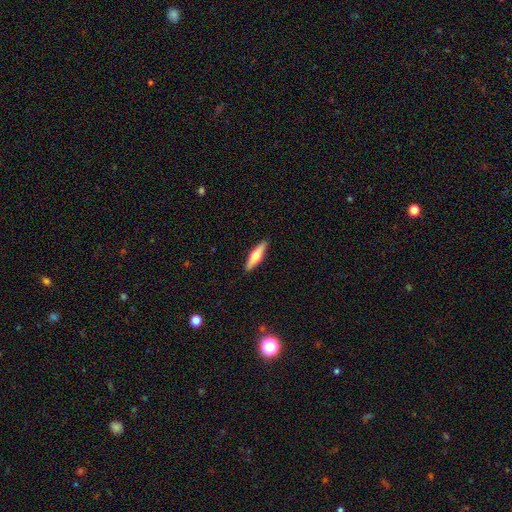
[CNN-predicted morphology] Smooth or featured? Predicted: smooth (p=0.55). How rounded? Predicted: cigar-shaped (p=0.75). Merging? Predicted: none (p=0.90).